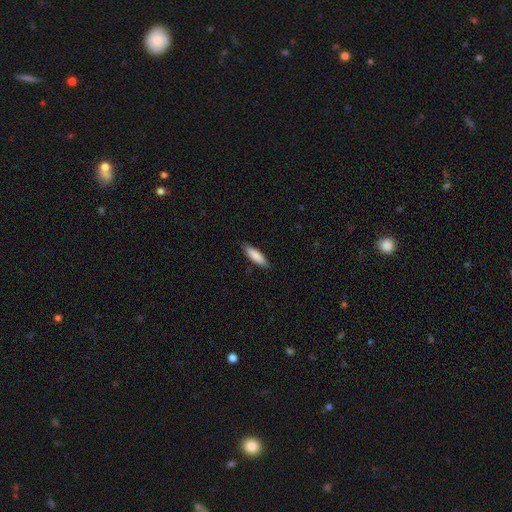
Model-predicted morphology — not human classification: Smooth or featured? Predicted: smooth (p=0.86). How rounded? Predicted: cigar-shaped (p=0.59). Merging? Predicted: none (p=0.86).